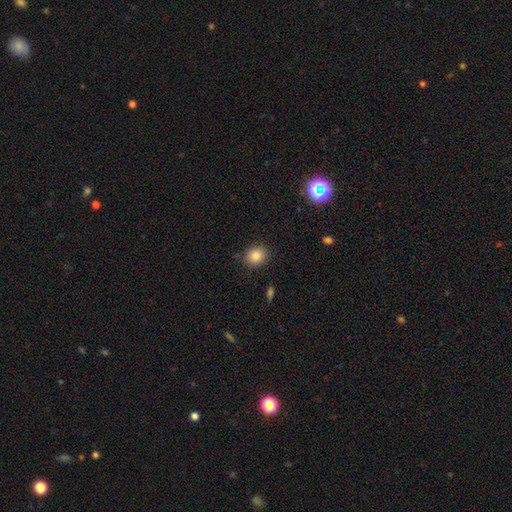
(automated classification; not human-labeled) This appears to be a smooth galaxy with no disk features (85%) that is round (70%). Merging: none (86%).